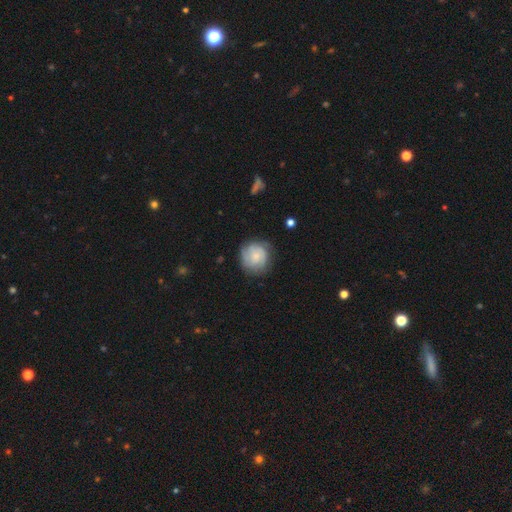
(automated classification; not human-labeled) smooth-or-featured: featured or disk: 49% | smooth: 44% | star or artifact: 7%
  merging: none: 73% | minor disturbance: 19% | major disturbance: 7% | merger: 1%